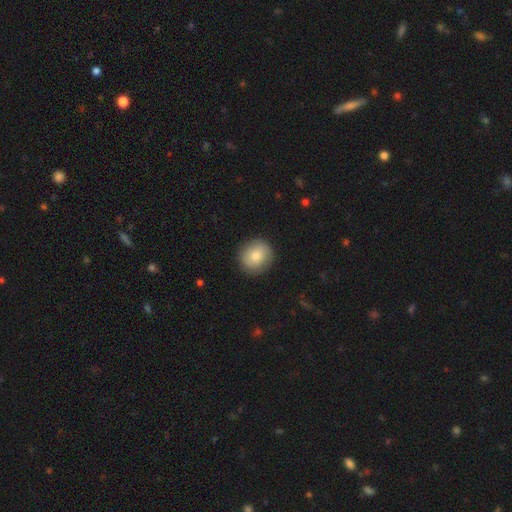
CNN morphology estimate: This appears to be a smooth galaxy with no disk features (78%) that is round (88%). Merging: none (88%).